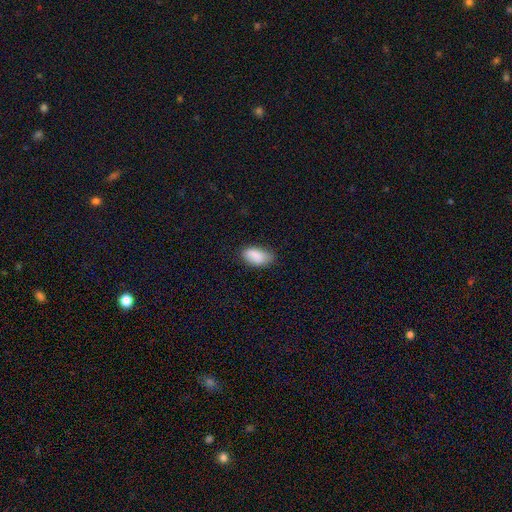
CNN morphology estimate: This appears to be a smooth galaxy with no disk features (87%) that is in between round and cigar-shaped (93%). Merging: none (67%).